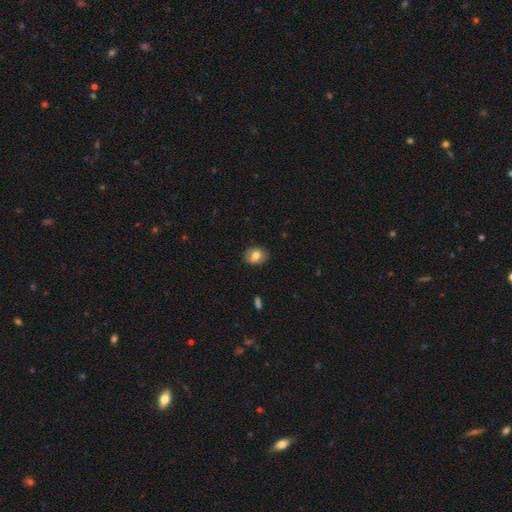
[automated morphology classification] smooth-or-featured: smooth: 73% | featured or disk: 18% | star or artifact: 9%
  how-rounded: in between: 58% | round: 40% | cigar-shaped: 1%
  merging: none: 85% | minor disturbance: 11% | major disturbance: 3% | merger: 1%